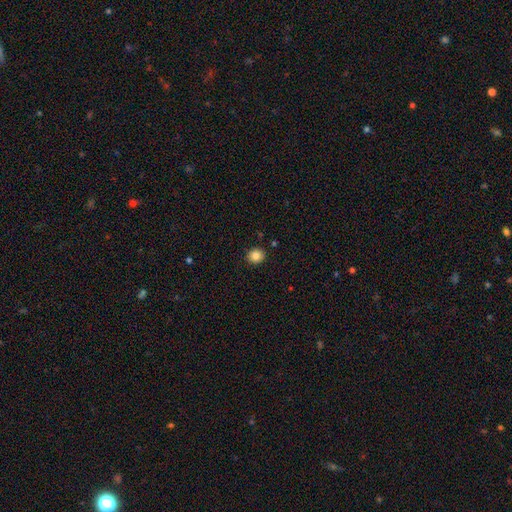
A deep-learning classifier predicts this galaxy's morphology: This is clearly a smooth galaxy (84%). How rounded: clearly round (83%). Merging: clearly none (90%).